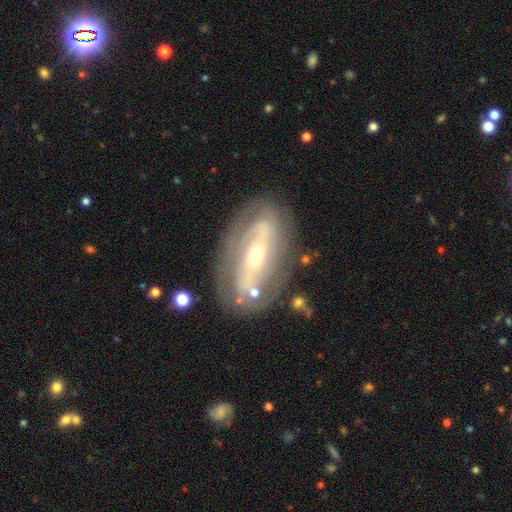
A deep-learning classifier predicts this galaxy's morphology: Smooth or featured: featured or disk — 78% (smooth — 16%)
Edge-on disk: no — 89% (yes — 11%)
Bar: strong — 40% (no — 34%)
Spiral arms: yes — 65% (no — 35%)
Bulge size: small — 49% (moderate — 46%)
Merging: none — 74% (minor disturbance — 15%)